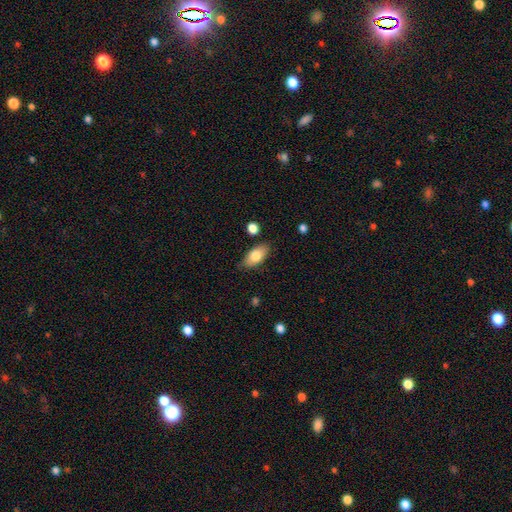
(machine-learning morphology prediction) Q: Smooth or featured?
A: smooth (78%); runner-up: featured or disk (15%)
Q: How rounded?
A: in between (90%); runner-up: cigar-shaped (6%)
Q: Merging?
A: none (82%); runner-up: minor disturbance (13%)